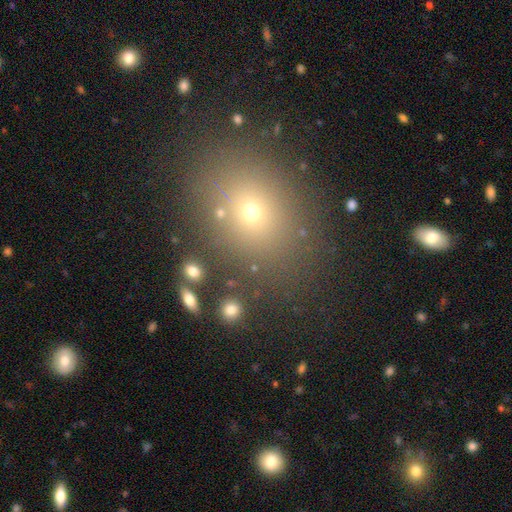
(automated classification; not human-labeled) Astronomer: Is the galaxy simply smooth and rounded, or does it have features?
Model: smooth — 62%.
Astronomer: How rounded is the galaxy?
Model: round — 55% (runner-up: in between, 44%).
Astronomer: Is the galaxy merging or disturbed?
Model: none — 85%.